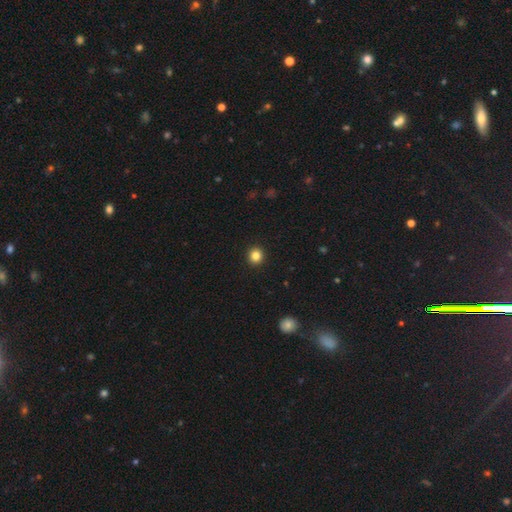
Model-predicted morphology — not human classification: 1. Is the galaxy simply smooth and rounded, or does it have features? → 84% smooth, 11% star or artifact, 5% featured or disk.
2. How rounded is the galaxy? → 91% round, 8% in between, 1% cigar-shaped.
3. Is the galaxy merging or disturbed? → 93% none, 4% minor disturbance, 1% major disturbance, 1% merger.